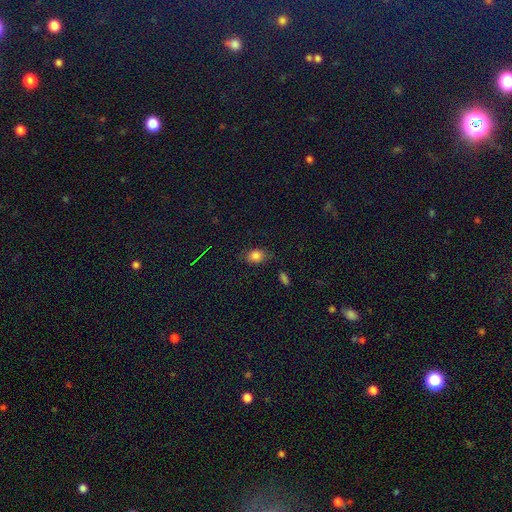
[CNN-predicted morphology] Smooth or featured? Predicted: smooth (p=0.79). How rounded? Predicted: in between (p=0.67). Merging? Predicted: none (p=0.76).